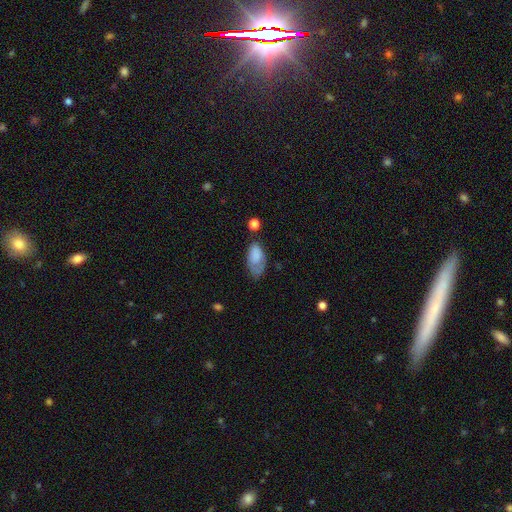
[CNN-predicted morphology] smooth-or-featured: smooth: 73% | featured or disk: 19% | star or artifact: 8%
  how-rounded: in between: 92% | round: 4% | cigar-shaped: 3%
  merging: none: 42% | minor disturbance: 30% | major disturbance: 22% | merger: 6%